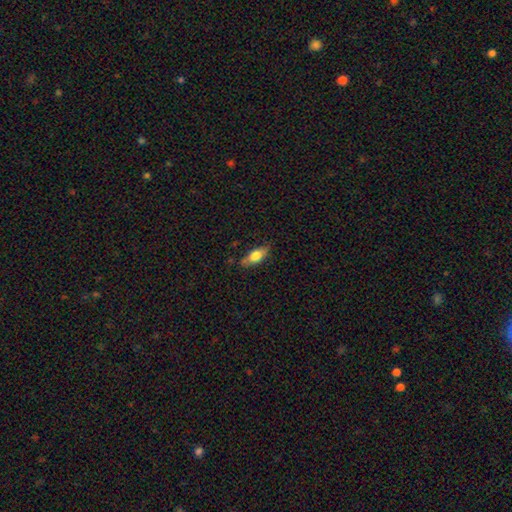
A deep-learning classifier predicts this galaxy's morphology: A smooth galaxy with no disk features (68%) that is in between round and cigar-shaped (76%).

Vote fractions:
- Smooth or featured? smooth: 68% / featured or disk: 25% / star or artifact: 7%
- How rounded? in between: 76% / cigar-shaped: 20% / round: 4%
- Merging? none: 74% / minor disturbance: 20% / major disturbance: 4% / merger: 2%